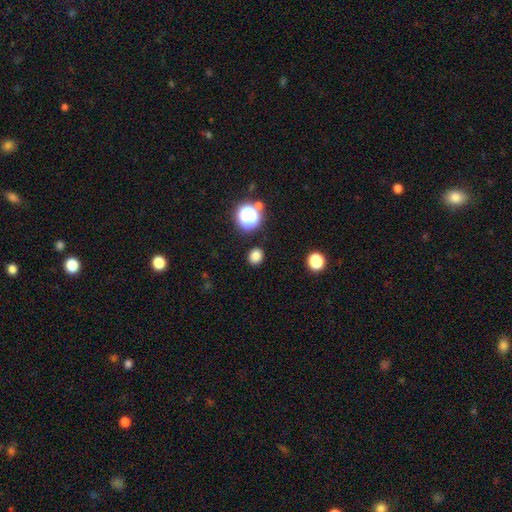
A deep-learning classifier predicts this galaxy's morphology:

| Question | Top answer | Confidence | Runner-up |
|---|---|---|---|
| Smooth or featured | smooth | 81% | star or artifact (15%) |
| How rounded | round | 67% | in between (32%) |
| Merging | none | 89% | minor disturbance (7%) |